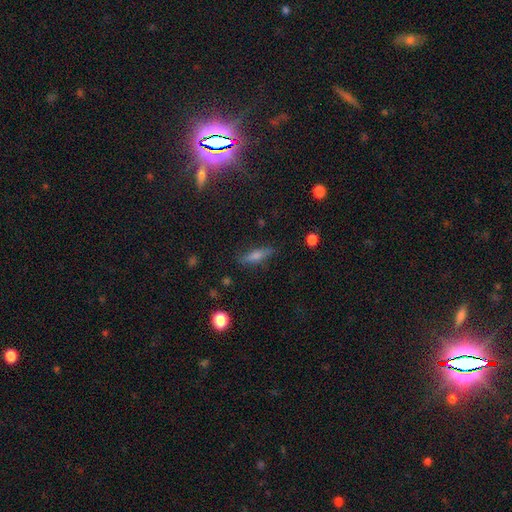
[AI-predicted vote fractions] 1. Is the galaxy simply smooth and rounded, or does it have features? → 53% smooth, 35% featured or disk, 13% star or artifact.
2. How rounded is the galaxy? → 67% cigar-shaped, 29% in between, 4% round.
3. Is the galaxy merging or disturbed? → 83% none, 12% minor disturbance, 3% major disturbance, 2% merger.